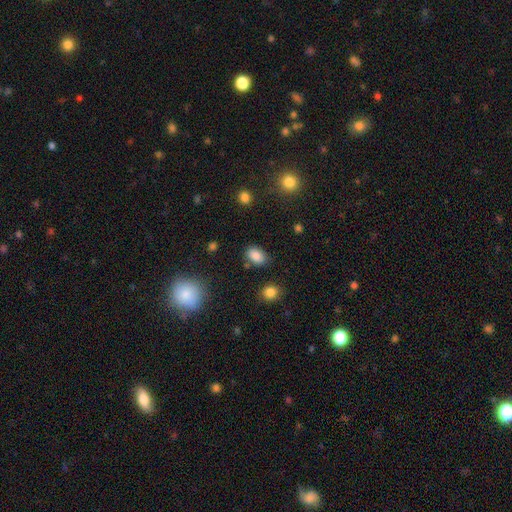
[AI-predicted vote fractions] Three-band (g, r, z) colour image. It shows a smooth galaxy with no disk features (85%) that is in between round and cigar-shaped (82%). Merging: none (78%).